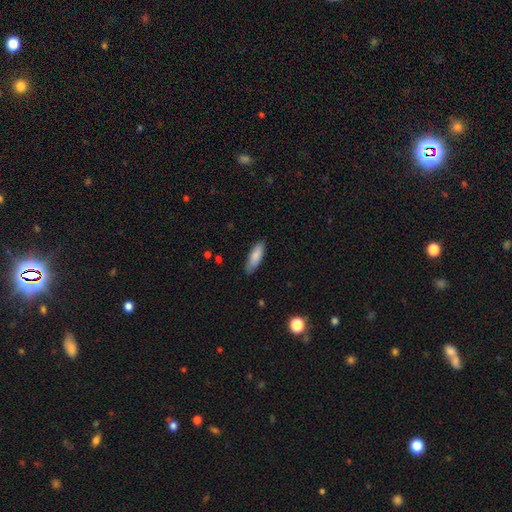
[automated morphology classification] Smooth or featured: smooth — 85% (featured or disk — 9%)
How rounded: in between — 55% (cigar-shaped — 44%)
Merging: none — 83% (minor disturbance — 14%)